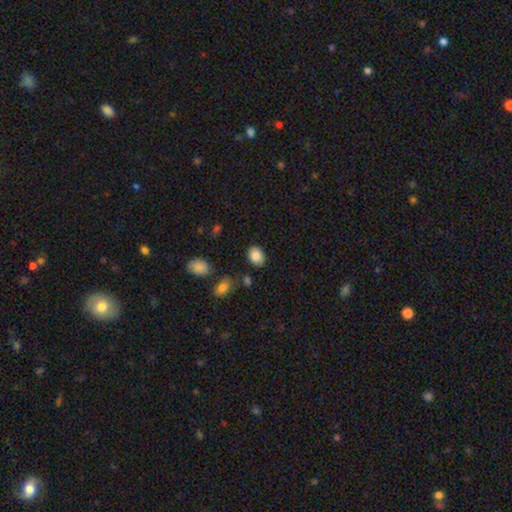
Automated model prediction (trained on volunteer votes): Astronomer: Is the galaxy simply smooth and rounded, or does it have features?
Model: smooth — 86%.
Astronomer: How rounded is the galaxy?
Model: in between — 66%.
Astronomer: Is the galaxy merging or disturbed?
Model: none — 84%.